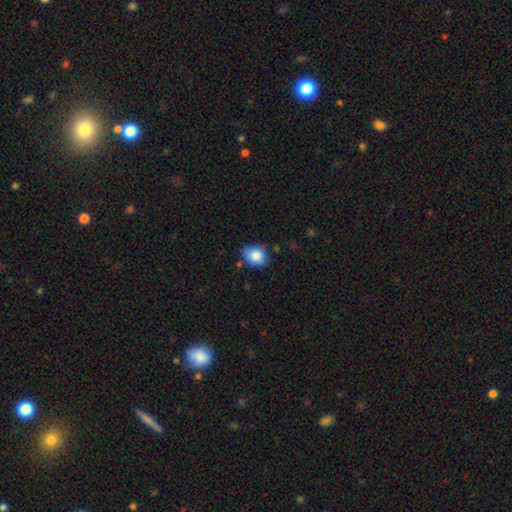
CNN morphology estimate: Smooth or featured? smooth (84%)
How rounded? in between (56%)
Merging? none (72%)